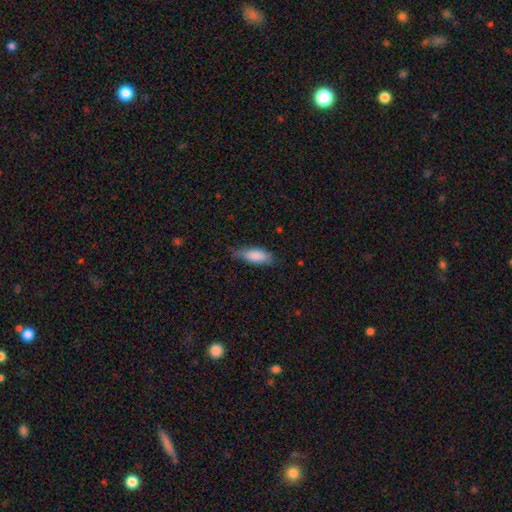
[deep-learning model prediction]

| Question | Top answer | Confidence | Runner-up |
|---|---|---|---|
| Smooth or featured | smooth | 85% | featured or disk (9%) |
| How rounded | in between | 72% | cigar-shaped (26%) |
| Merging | none | 68% | minor disturbance (26%) |